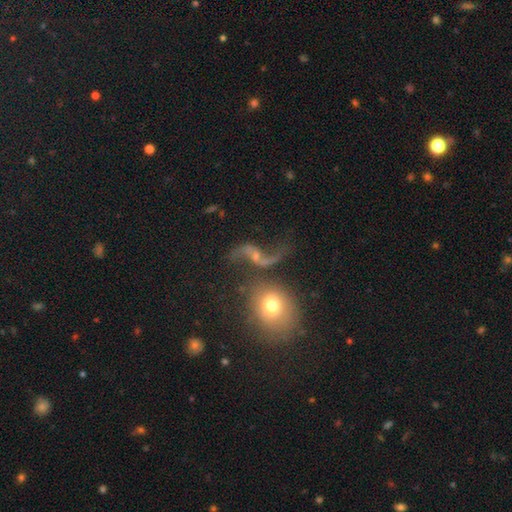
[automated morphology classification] This is likely a featured or disk galaxy (74%). It is clearly not viewed edge-on (95%). Bar: possibly no (49%). Spiral arm pattern: clearly yes (88%). Spiral arm count: clearly 2 (87%). Spiral winding: clearly loose (86%). Central bulge: possibly small (56%). Merging: possibly none (47%).